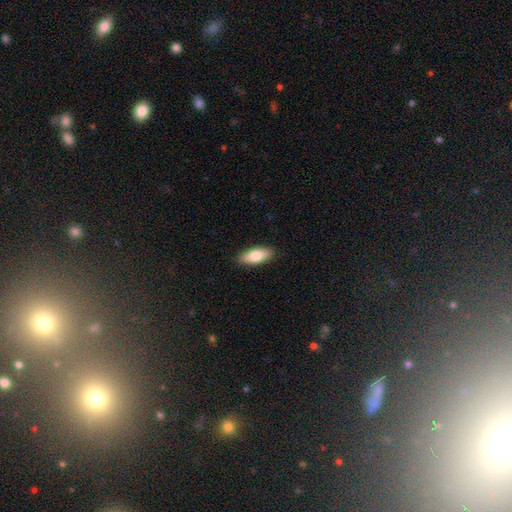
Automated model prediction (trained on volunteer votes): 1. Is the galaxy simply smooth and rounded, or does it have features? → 81% smooth, 13% featured or disk, 6% star or artifact.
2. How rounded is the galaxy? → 81% in between, 17% cigar-shaped, 2% round.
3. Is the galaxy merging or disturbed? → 89% none, 8% minor disturbance, 2% major disturbance, 1% merger.